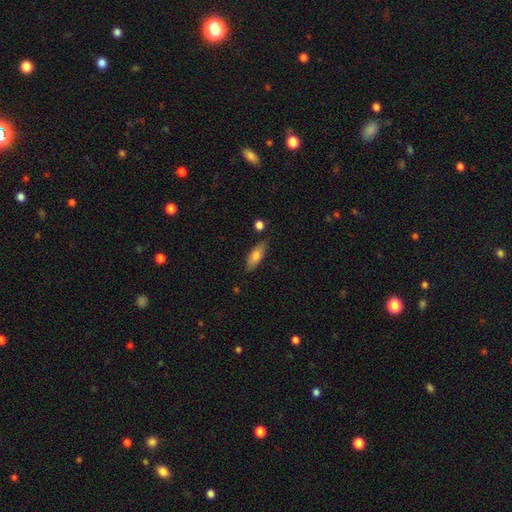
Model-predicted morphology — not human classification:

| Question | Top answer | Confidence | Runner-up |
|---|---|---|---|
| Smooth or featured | smooth | 76% | featured or disk (17%) |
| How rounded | in between | 69% | cigar-shaped (29%) |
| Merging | none | 76% | minor disturbance (17%) |